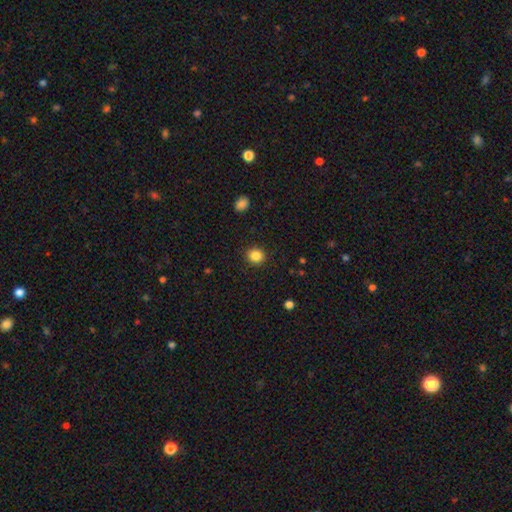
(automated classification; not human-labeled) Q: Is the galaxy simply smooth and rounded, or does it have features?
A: smooth — 85%.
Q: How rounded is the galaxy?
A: round — 83%.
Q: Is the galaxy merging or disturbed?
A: none — 91%.